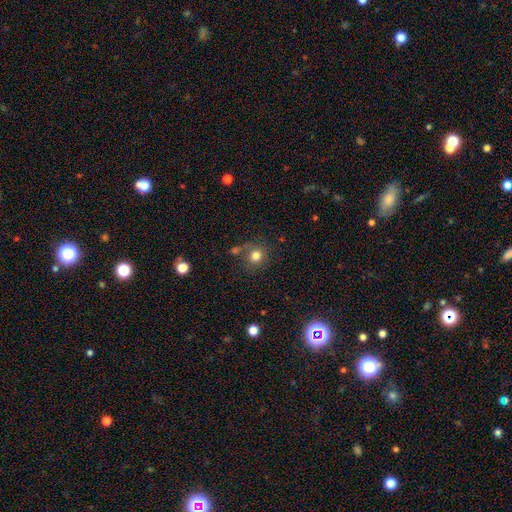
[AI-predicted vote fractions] smooth-or-featured: smooth: 79% | star or artifact: 13% | featured or disk: 9%
  how-rounded: round: 81% | in between: 18% | cigar-shaped: 1%
  merging: none: 68% | minor disturbance: 15% | merger: 10% | major disturbance: 7%